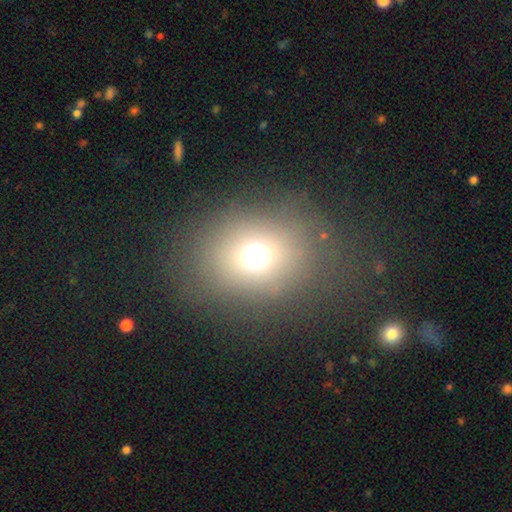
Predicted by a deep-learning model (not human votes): This appears to be a smooth galaxy with no disk features (67%) that is round (59%). Merging: none (78%).